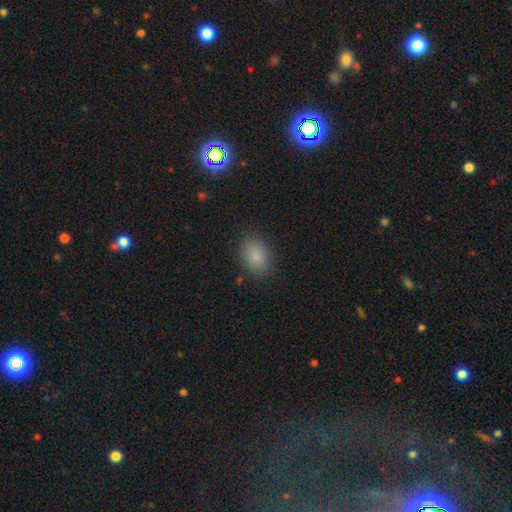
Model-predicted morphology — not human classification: Smooth or featured?
  - smooth: 84% *
  - star or artifact: 10%
  - featured or disk: 6%
How rounded?
  - in between: 73% *
  - round: 26%
  - cigar-shaped: 1%
Merging?
  - none: 84% *
  - minor disturbance: 11%
  - major disturbance: 3%
  - merger: 1%